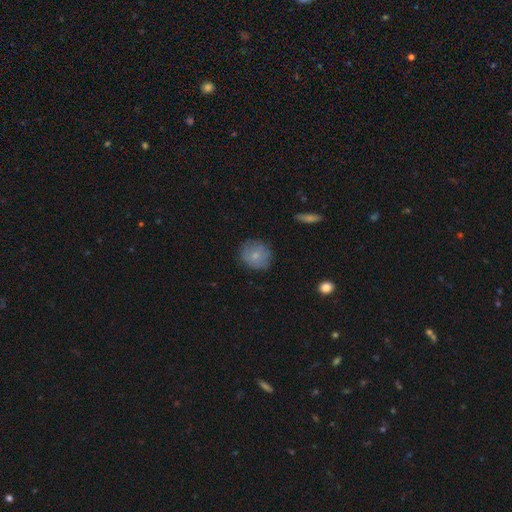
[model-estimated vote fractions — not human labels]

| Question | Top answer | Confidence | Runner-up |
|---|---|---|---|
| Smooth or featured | smooth | 74% | featured or disk (19%) |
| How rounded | round | 81% | in between (18%) |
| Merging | none | 79% | minor disturbance (16%) |